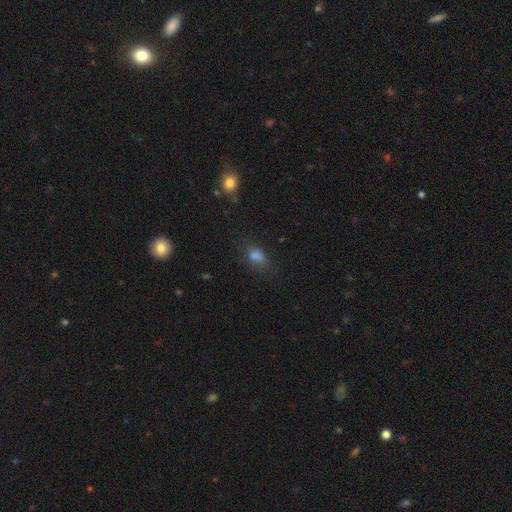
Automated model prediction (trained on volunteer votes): A smooth galaxy with no disk features (75%) that is in between round and cigar-shaped (75%).

Vote fractions:
- Smooth or featured? smooth: 75% / star or artifact: 15% / featured or disk: 9%
- How rounded? in between: 75% / round: 21% / cigar-shaped: 4%
- Merging? none: 70% / minor disturbance: 20% / major disturbance: 7% / merger: 3%